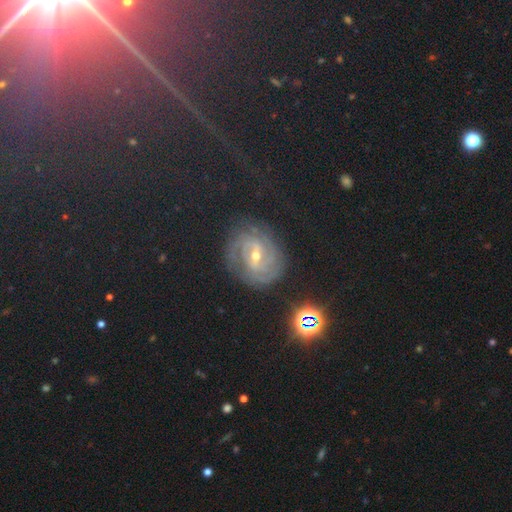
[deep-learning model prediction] featured or disk 55%, star or artifact 29%, smooth 16%. Down the decision tree: edge-on disk — no (95%); bar — weak (50%); spiral arms — yes (88%); bulge size — small (56%); merging — none (79%).